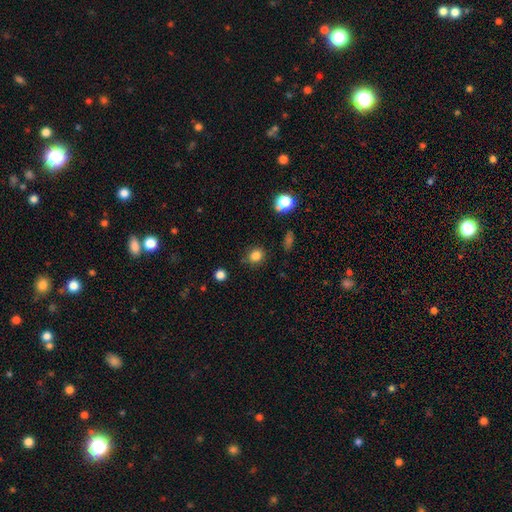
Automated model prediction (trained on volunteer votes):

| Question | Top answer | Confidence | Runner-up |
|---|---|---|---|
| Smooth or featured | smooth | 83% | star or artifact (13%) |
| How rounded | round | 72% | in between (27%) |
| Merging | none | 81% | minor disturbance (14%) |